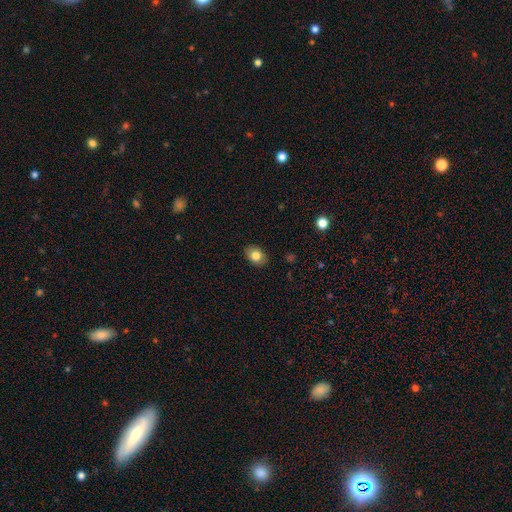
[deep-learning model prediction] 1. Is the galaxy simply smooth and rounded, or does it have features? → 81% smooth, 10% featured or disk, 9% star or artifact.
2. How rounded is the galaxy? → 72% in between, 27% round, 1% cigar-shaped.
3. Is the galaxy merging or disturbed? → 88% none, 9% minor disturbance, 2% major disturbance, 1% merger.